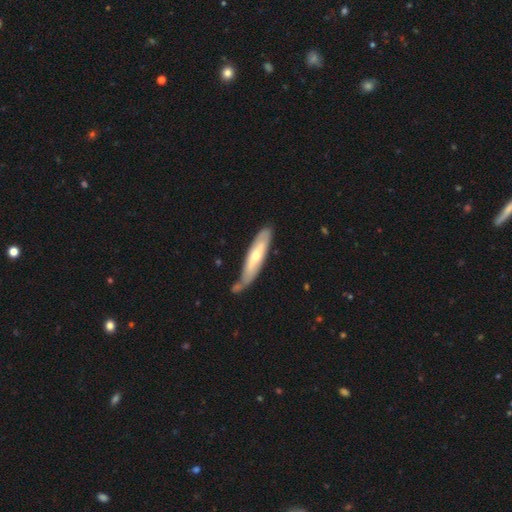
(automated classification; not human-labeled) Q: Smooth or featured?
A: featured or disk (58%); runner-up: smooth (34%)
Q: Edge-on disk?
A: yes (60%); runner-up: no (40%)
Q: Merging?
A: none (72%); runner-up: minor disturbance (20%)